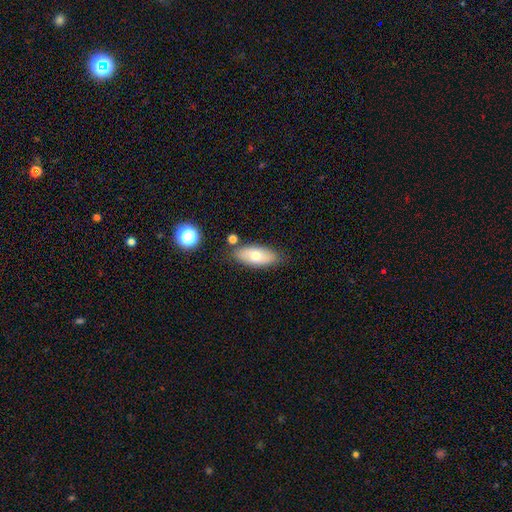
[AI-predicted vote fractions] smooth_or_featured: smooth (p=0.69) [alt: featured or disk p=0.23]
how_rounded: in between (p=0.83) [alt: cigar-shaped p=0.14]
merging: none (p=0.77) [alt: minor disturbance p=0.14]